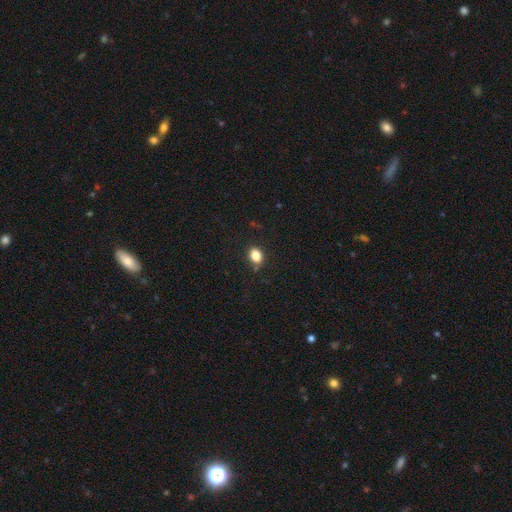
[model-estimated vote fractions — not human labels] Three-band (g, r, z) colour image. It shows a smooth galaxy with no disk features (84%) that is in between round and cigar-shaped (72%). Merging: none (80%).